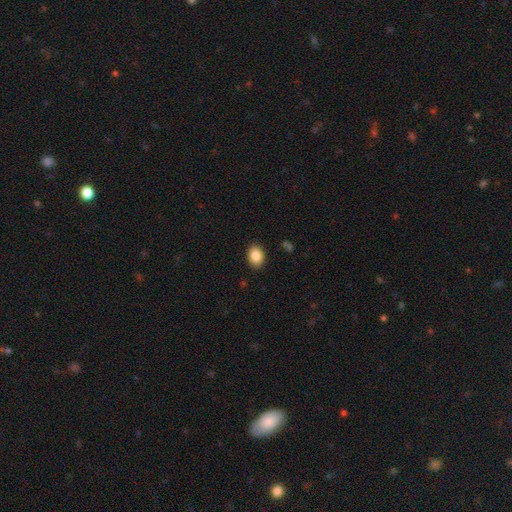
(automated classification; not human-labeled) Q: Smooth or featured?
A: smooth (86%); runner-up: star or artifact (8%)
Q: How rounded?
A: in between (69%); runner-up: round (30%)
Q: Merging?
A: none (89%); runner-up: minor disturbance (8%)